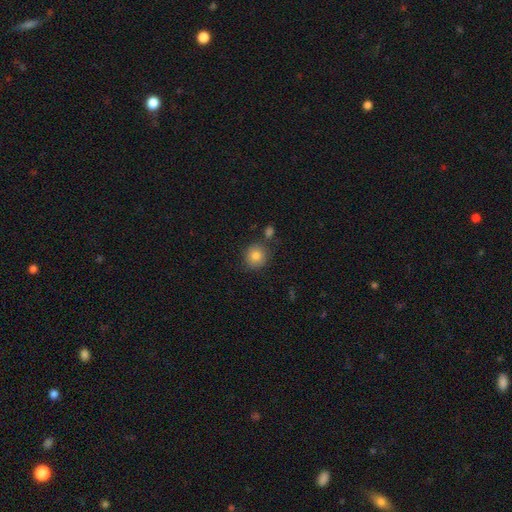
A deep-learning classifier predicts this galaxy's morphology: Smooth or featured: smooth — 82% (star or artifact — 10%)
How rounded: round — 90% (in between — 9%)
Merging: none — 79% (minor disturbance — 11%)